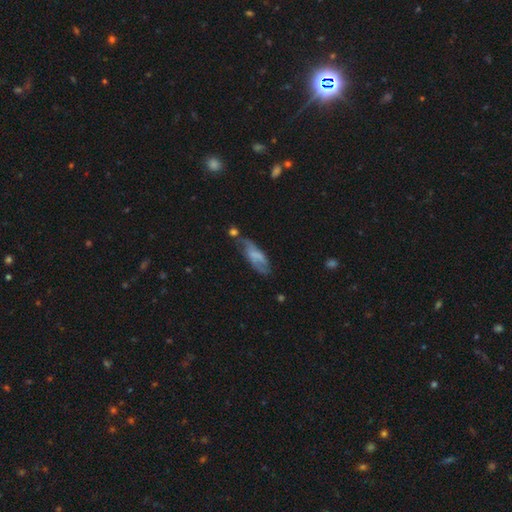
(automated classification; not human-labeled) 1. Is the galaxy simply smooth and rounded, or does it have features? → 52% featured or disk, 40% smooth, 9% star or artifact.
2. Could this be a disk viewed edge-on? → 82% no, 18% yes.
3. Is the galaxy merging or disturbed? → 42% none, 29% minor disturbance, 19% major disturbance, 11% merger.